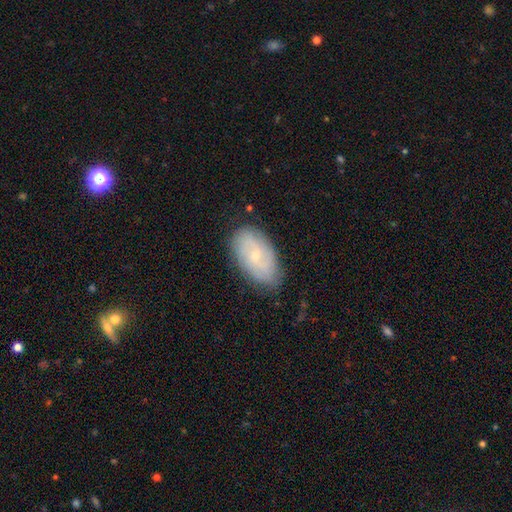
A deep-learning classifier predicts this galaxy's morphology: featured or disk 57%, smooth 36%, star or artifact 8%. Down the decision tree: edge-on disk — no (94%); bar — no (65%); spiral arms — yes (82%); bulge size — small (70%); merging — none (78%).